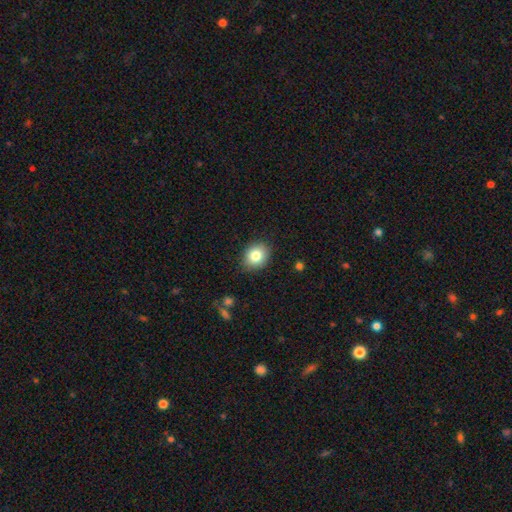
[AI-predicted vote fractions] Overall: smooth (81%). How rounded: round (59%; in between 40%). Merging: none (86%).